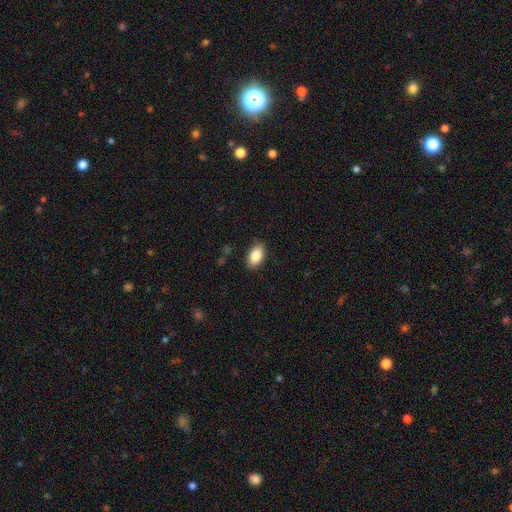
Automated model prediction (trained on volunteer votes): The model was most divided on "merging": none: 87%, minor disturbance: 10%, major disturbance: 2%, merger: 1%. More confident: how rounded — in between (92%); smooth or featured — smooth (85%).